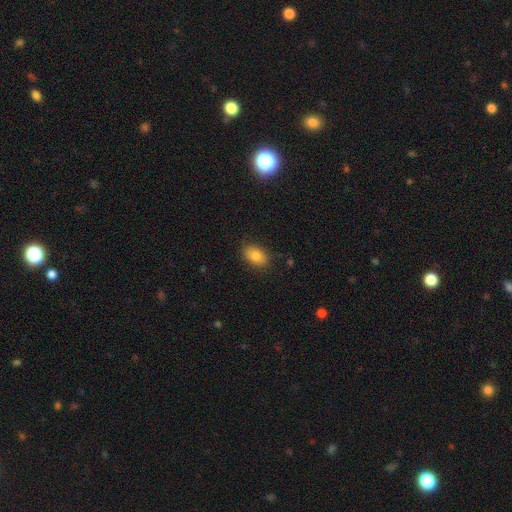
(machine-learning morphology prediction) Smooth or featured?
  - smooth: 83% *
  - featured or disk: 9%
  - star or artifact: 9%
How rounded?
  - in between: 84% *
  - round: 15%
  - cigar-shaped: 1%
Merging?
  - none: 83% *
  - minor disturbance: 13%
  - major disturbance: 3%
  - merger: 1%